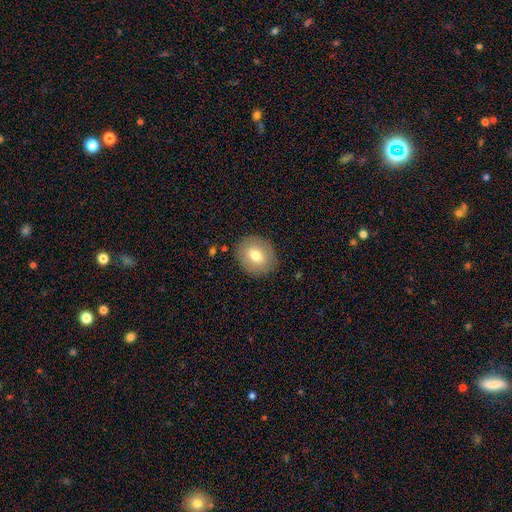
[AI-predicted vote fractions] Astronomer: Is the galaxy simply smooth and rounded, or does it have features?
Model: smooth — 72%.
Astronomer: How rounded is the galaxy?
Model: round — 72%.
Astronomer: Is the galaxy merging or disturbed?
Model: none — 87%.